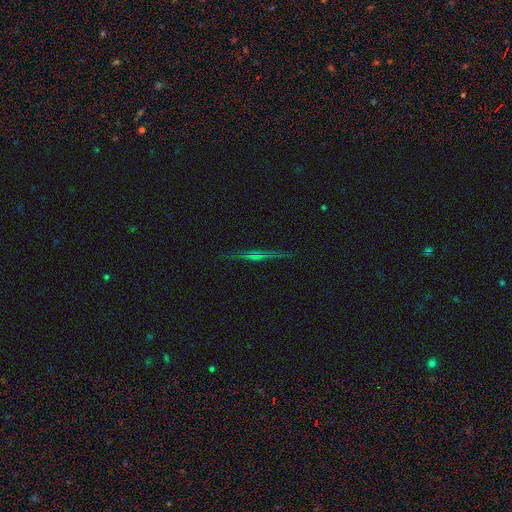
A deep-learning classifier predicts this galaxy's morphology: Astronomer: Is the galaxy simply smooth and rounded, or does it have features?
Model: featured or disk — 59%.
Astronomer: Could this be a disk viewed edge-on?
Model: yes — 93%.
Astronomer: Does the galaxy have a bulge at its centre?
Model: rounded — 49% (runner-up: none, 39%).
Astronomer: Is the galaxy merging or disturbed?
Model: none — 87%.